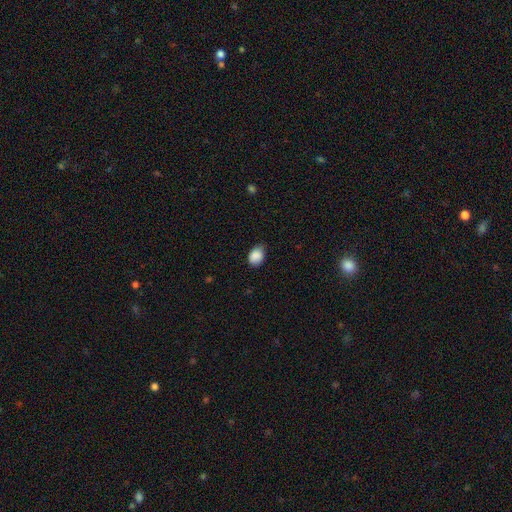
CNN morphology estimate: The model was most divided on "how rounded": in between: 67%, round: 32%, cigar-shaped: 1%. More confident: smooth or featured — smooth (88%); merging — none (65%).